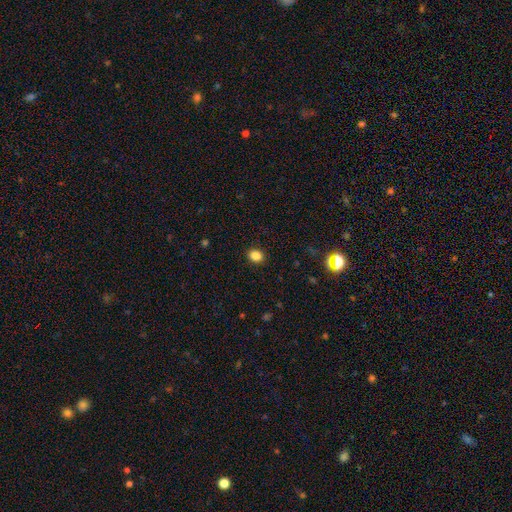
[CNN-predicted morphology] Smooth or featured?
  - smooth: 85% *
  - star or artifact: 11%
  - featured or disk: 4%
How rounded?
  - round: 57% *
  - in between: 42%
  - cigar-shaped: 1%
Merging?
  - none: 91% *
  - minor disturbance: 6%
  - major disturbance: 2%
  - merger: 1%